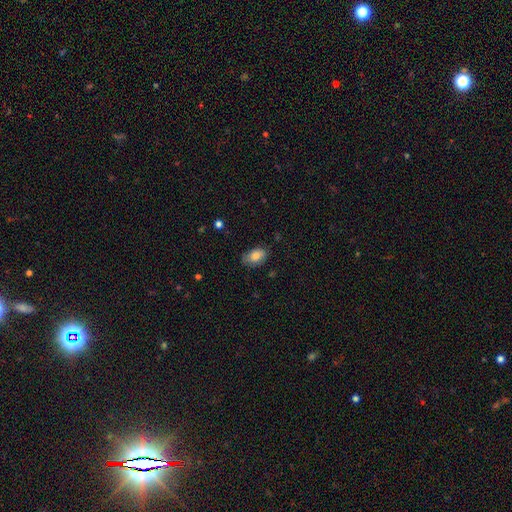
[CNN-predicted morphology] The model was most divided on "merging": none: 79%, minor disturbance: 17%, major disturbance: 3%, merger: 1%. More confident: how rounded — in between (91%); smooth or featured — smooth (83%).